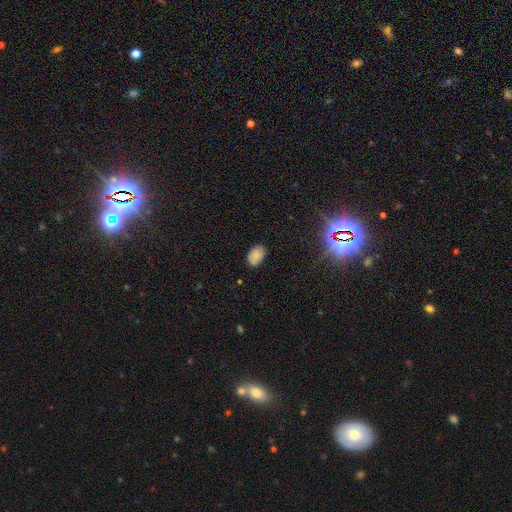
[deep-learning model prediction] This appears to be a smooth galaxy with no disk features (83%) that is in between round and cigar-shaped (87%). Merging: none (84%).